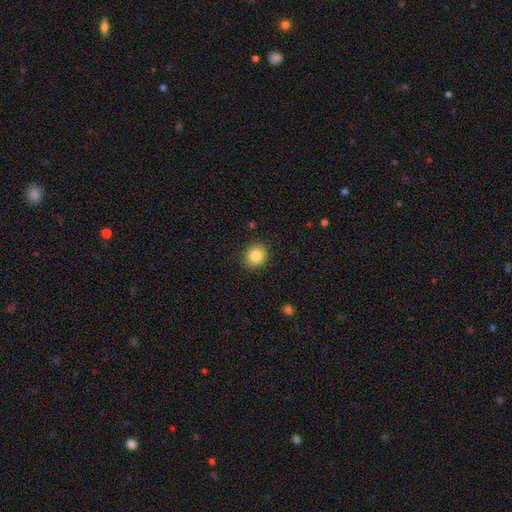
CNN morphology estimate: Smooth or featured? Predicted: smooth (p=0.84). How rounded? Predicted: round (p=0.78). Merging? Predicted: none (p=0.89).